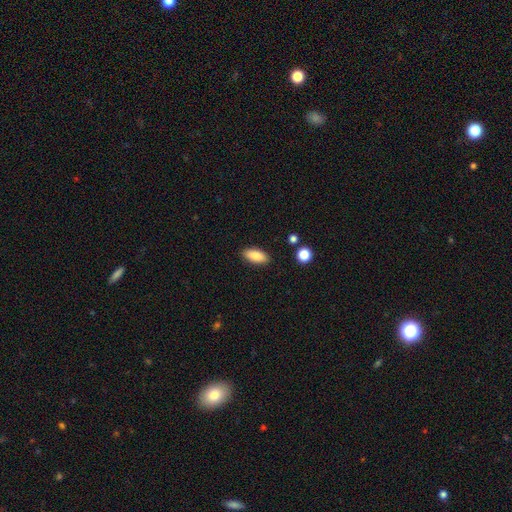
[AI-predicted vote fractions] smooth-or-featured: smooth: 87% | star or artifact: 7% | featured or disk: 6%
  how-rounded: in between: 87% | cigar-shaped: 10% | round: 3%
  merging: none: 88% | minor disturbance: 8% | major disturbance: 2% | merger: 1%